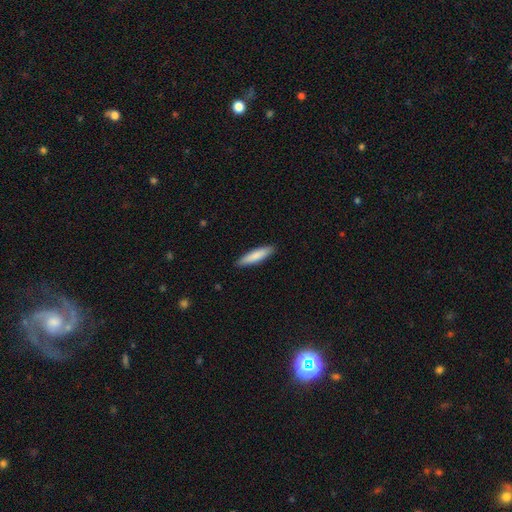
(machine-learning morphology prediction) Smooth or featured: smooth — 83% (featured or disk — 12%)
How rounded: cigar-shaped — 80% (in between — 18%)
Merging: none — 90% (minor disturbance — 8%)